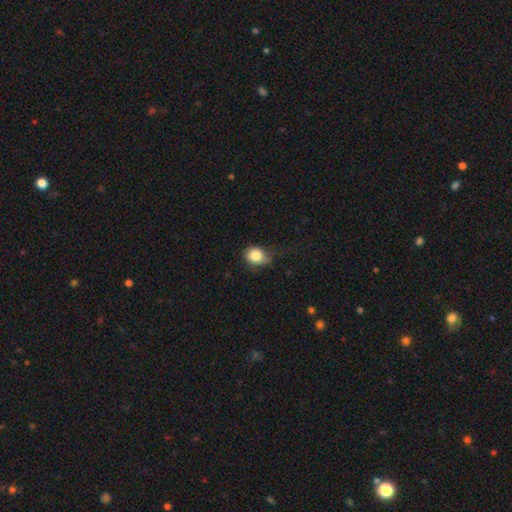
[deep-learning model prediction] This is clearly a smooth galaxy (83%). How rounded: possibly round (58%). Merging: possibly none (53%).